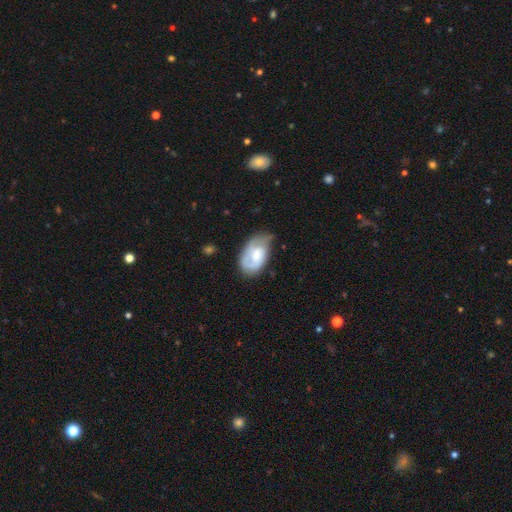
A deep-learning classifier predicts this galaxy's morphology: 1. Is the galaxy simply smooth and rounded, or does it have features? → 60% featured or disk, 34% smooth, 6% star or artifact.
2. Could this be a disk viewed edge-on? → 96% no, 4% yes.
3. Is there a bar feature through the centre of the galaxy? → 57% no, 37% weak, 6% strong.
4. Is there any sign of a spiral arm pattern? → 86% yes, 14% no.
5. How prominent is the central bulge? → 45% moderate, 31% small, 12% large, 10% none, 2% dominant.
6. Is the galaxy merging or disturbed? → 48% none, 34% minor disturbance, 16% major disturbance, 2% merger.